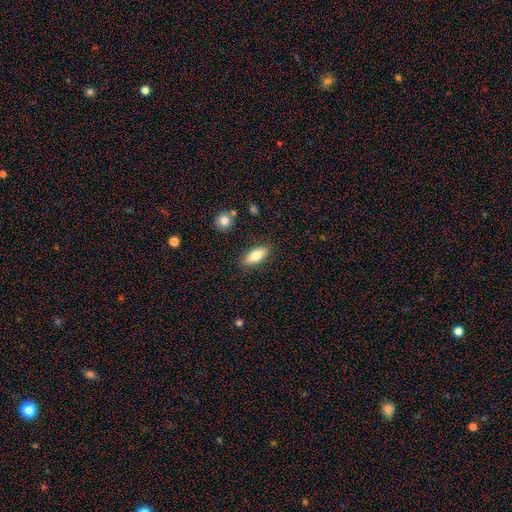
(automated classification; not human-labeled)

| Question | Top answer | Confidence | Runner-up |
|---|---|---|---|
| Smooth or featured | smooth | 77% | featured or disk (16%) |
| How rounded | in between | 75% | cigar-shaped (23%) |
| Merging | none | 85% | minor disturbance (10%) |